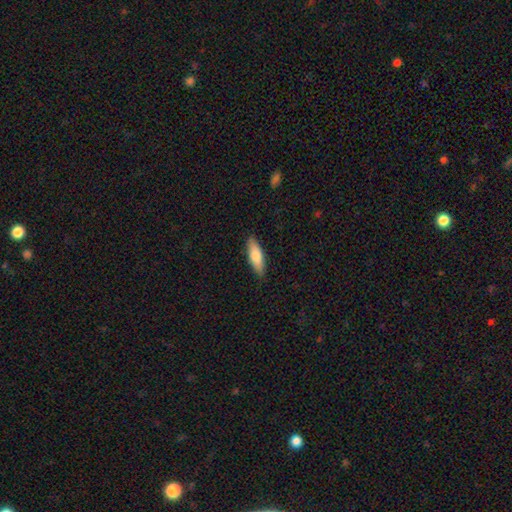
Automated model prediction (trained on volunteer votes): Smooth or featured?
  - smooth: 76% *
  - featured or disk: 18%
  - star or artifact: 6%
How rounded?
  - in between: 50% *
  - cigar-shaped: 49%
  - round: 2%
Merging?
  - none: 87% *
  - minor disturbance: 10%
  - major disturbance: 2%
  - merger: 1%